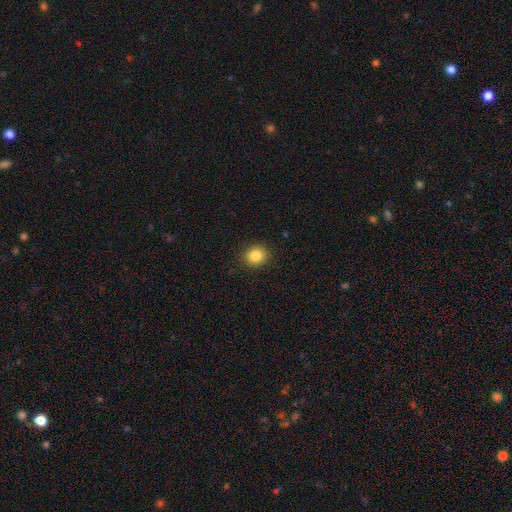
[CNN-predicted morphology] A smooth galaxy with no disk features (85%) that is round (74%). Merging: none (90%).